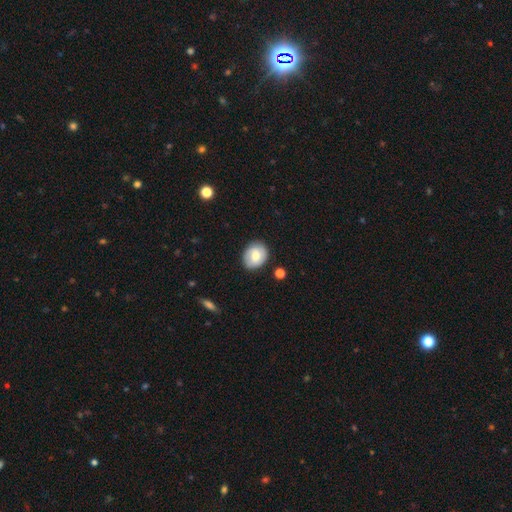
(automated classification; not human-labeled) smooth_or_featured: smooth (p=0.64) [alt: featured or disk p=0.28]
how_rounded: round (p=0.57) [alt: in between p=0.43]
merging: none (p=0.81) [alt: minor disturbance p=0.14]